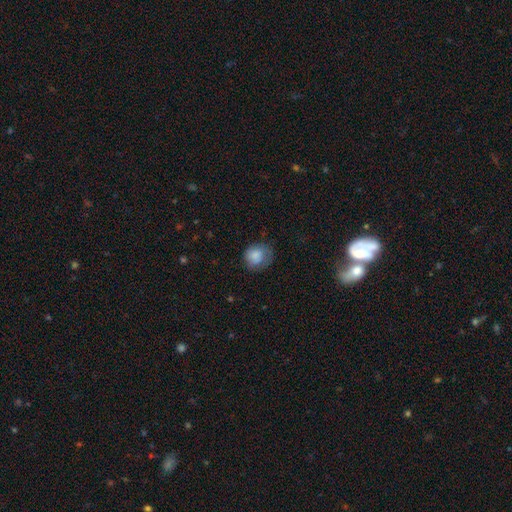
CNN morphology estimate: Smooth or featured: smooth — 79% (featured or disk — 14%)
How rounded: round — 75% (in between — 25%)
Merging: none — 56% (minor disturbance — 27%)